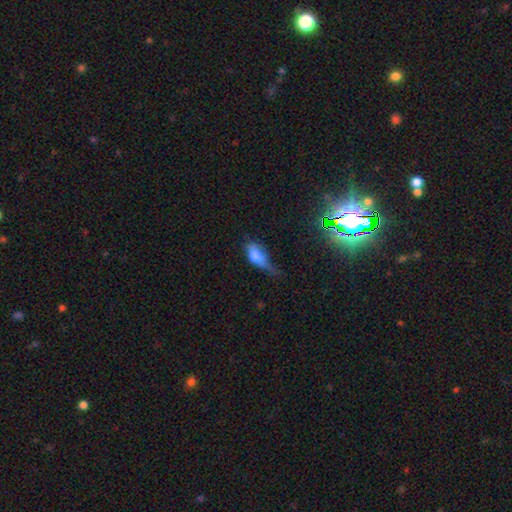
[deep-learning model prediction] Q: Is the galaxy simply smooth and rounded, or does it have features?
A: smooth — 63%.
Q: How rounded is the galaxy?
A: in between — 81%.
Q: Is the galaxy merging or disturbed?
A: major disturbance — 39%.